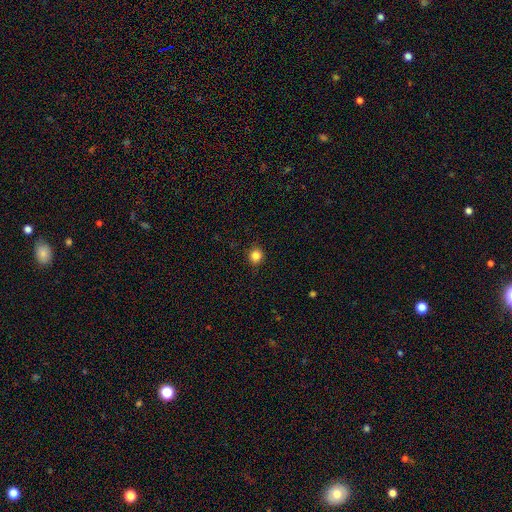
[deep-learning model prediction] The model was most divided on "smooth or featured": smooth: 84%, star or artifact: 11%, featured or disk: 4%. More confident: merging — none (91%); how rounded — round (90%).